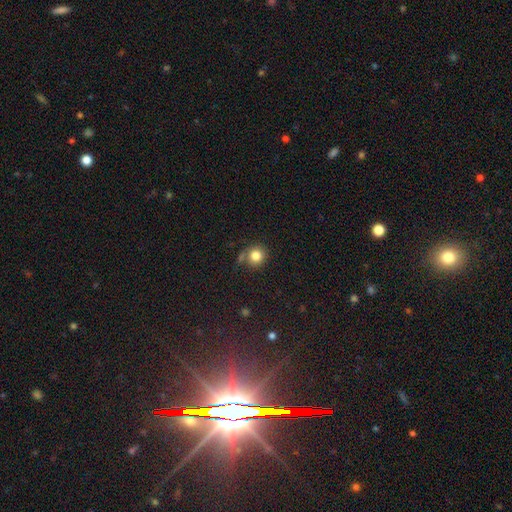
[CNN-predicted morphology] Smooth or featured?
  - smooth: 82% *
  - star or artifact: 11%
  - featured or disk: 7%
How rounded?
  - round: 88% *
  - in between: 11%
  - cigar-shaped: 1%
Merging?
  - none: 68% *
  - minor disturbance: 15%
  - merger: 12%
  - major disturbance: 6%